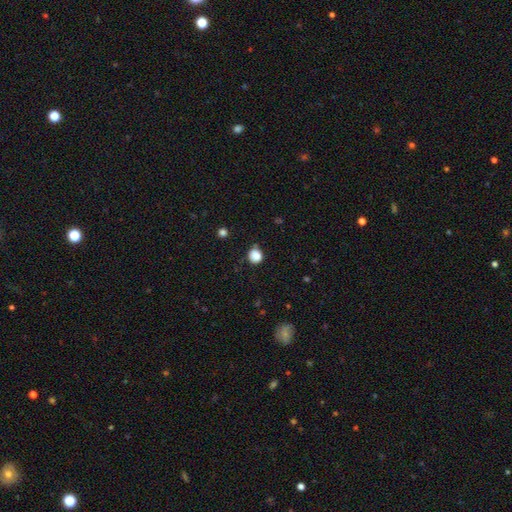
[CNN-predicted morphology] Q: Smooth or featured?
A: smooth (86%); runner-up: star or artifact (10%)
Q: How rounded?
A: round (78%); runner-up: in between (21%)
Q: Merging?
A: none (77%); runner-up: minor disturbance (17%)